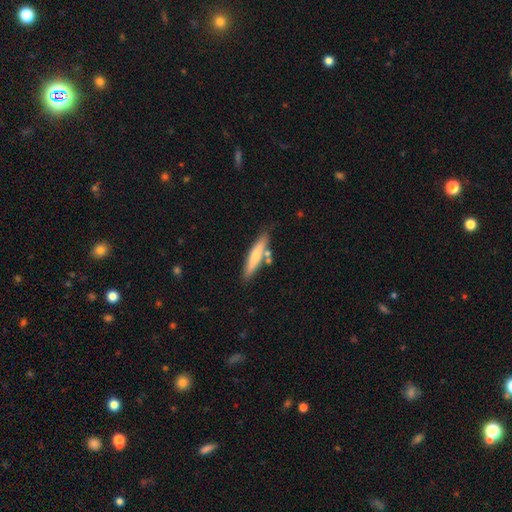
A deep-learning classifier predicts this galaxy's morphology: Overall: smooth (63%; featured or disk 31%). How rounded: cigar-shaped (87%). Merging: none (74%).